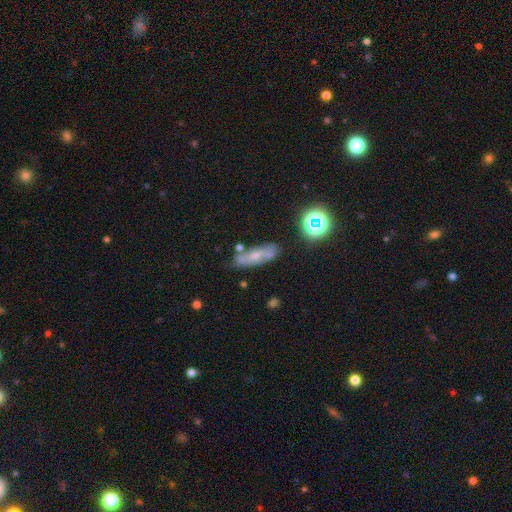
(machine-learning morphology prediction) The model was most divided on "smooth or featured": featured or disk: 43%, smooth: 41%, star or artifact: 16%. More confident: merging — none (66%).